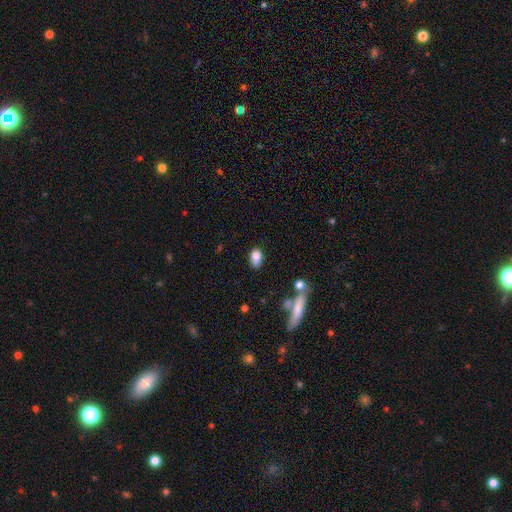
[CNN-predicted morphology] This appears to be a smooth galaxy with no disk features (82%) that is in between round and cigar-shaped (83%). Merging: none (60%).